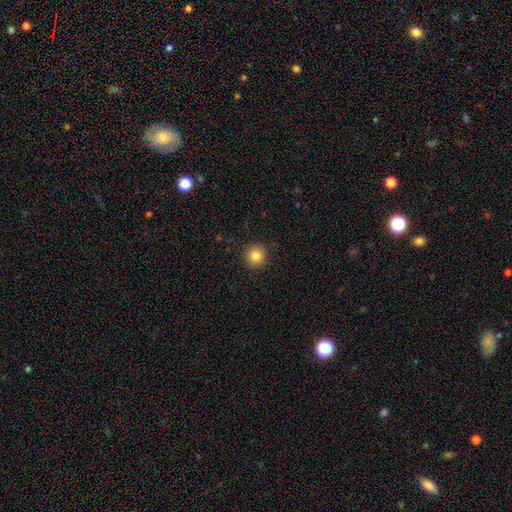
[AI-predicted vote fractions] Smooth or featured? Predicted: smooth (p=0.84). How rounded? Predicted: round (p=0.94). Merging? Predicted: none (p=0.92).